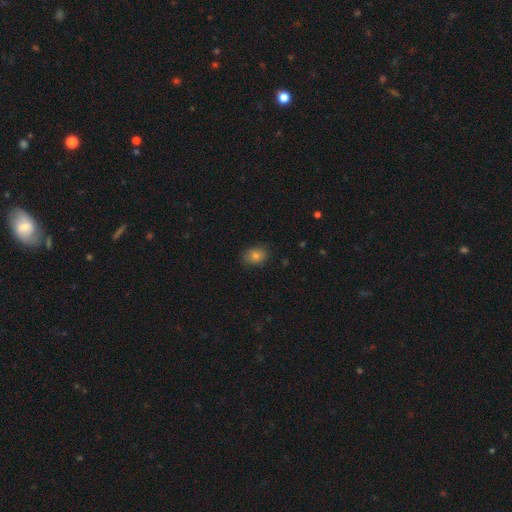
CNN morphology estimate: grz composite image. It shows a smooth galaxy with no disk features (79%) that is in between round and cigar-shaped (56%). Merging: none (81%).